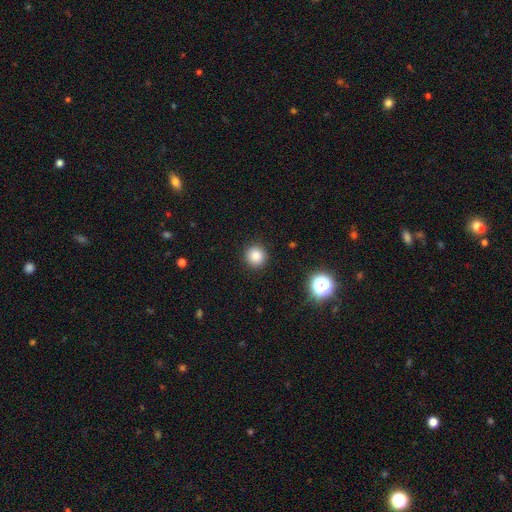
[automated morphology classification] A smooth galaxy with no disk features (84%) that is round (94%). Merging: none (92%).